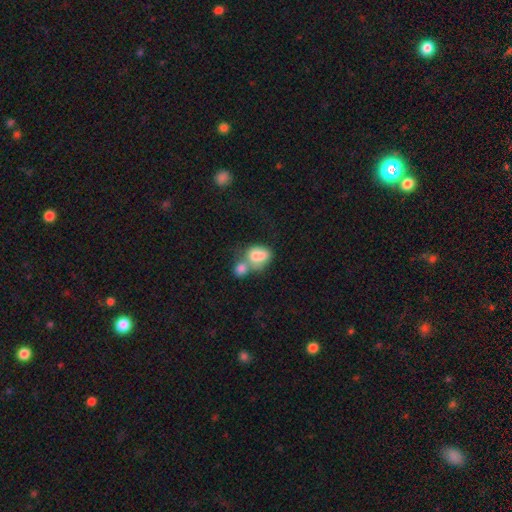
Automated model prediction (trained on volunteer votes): A smooth galaxy with no disk features (77%) that is in between round and cigar-shaped (67%). Merging: merger (63%).